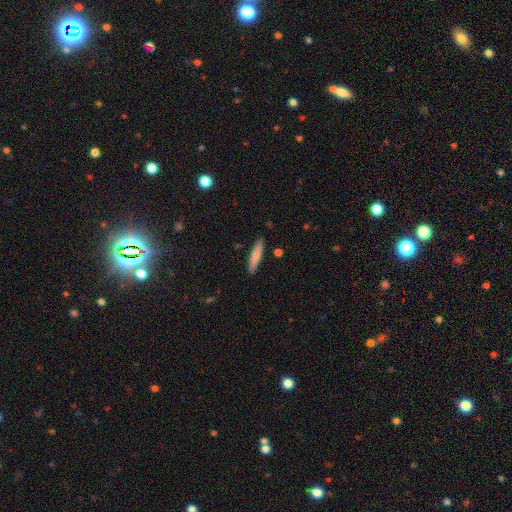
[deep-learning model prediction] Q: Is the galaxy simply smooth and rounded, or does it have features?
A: smooth — 76%.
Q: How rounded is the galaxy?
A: cigar-shaped — 84%.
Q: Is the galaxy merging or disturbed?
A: none — 88%.